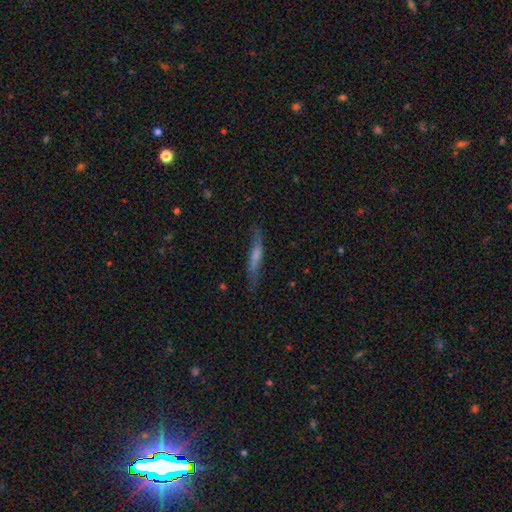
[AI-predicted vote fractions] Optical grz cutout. It shows a featured or disk galaxy (52%) viewed edge-on (72%). Merging: none (70%).